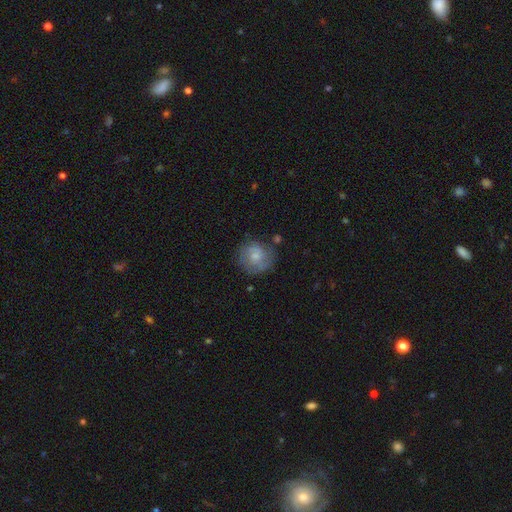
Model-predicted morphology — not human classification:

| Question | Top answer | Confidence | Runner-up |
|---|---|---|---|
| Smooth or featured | smooth | 57% | featured or disk (35%) |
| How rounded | round | 88% | in between (11%) |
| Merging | none | 65% | minor disturbance (22%) |